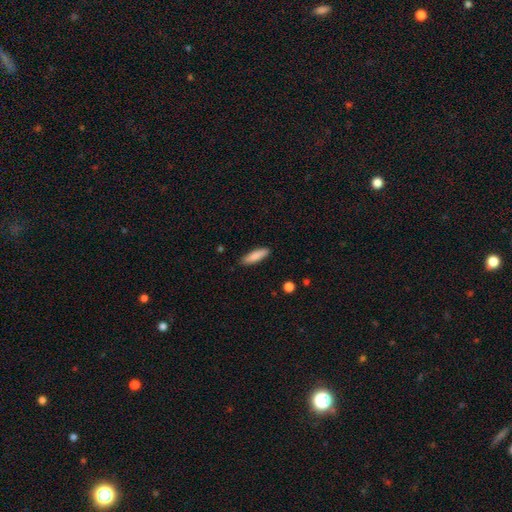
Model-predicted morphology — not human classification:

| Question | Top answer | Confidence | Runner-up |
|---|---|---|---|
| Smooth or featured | smooth | 85% | featured or disk (9%) |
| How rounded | cigar-shaped | 66% | in between (33%) |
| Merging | none | 88% | minor disturbance (9%) |